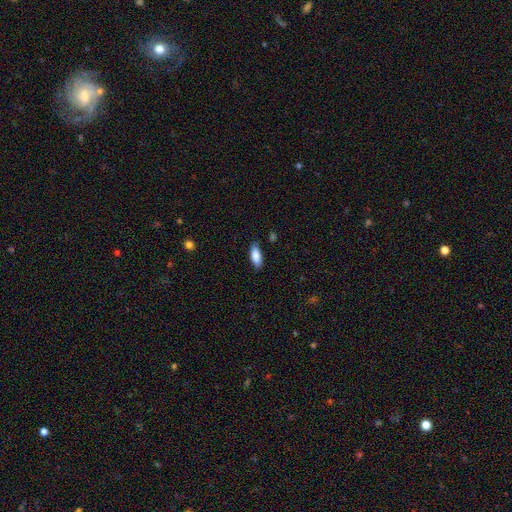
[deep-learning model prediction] A smooth galaxy with no disk features (85%) that is in between round and cigar-shaped (77%). Merging: none (84%).